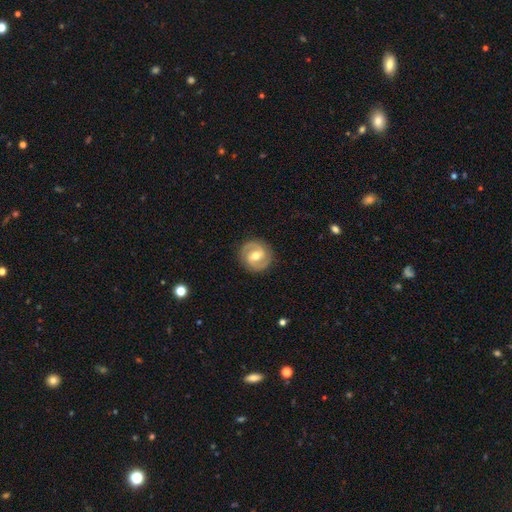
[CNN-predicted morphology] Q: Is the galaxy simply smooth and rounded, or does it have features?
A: featured or disk — 80%.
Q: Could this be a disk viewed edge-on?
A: no — 98%.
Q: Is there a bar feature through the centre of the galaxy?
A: weak — 48%.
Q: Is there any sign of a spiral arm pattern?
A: yes — 91%.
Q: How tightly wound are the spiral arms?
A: medium — 46%.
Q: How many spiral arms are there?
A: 2 — 91%.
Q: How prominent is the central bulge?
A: moderate — 75%.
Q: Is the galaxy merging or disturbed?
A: none — 88%.